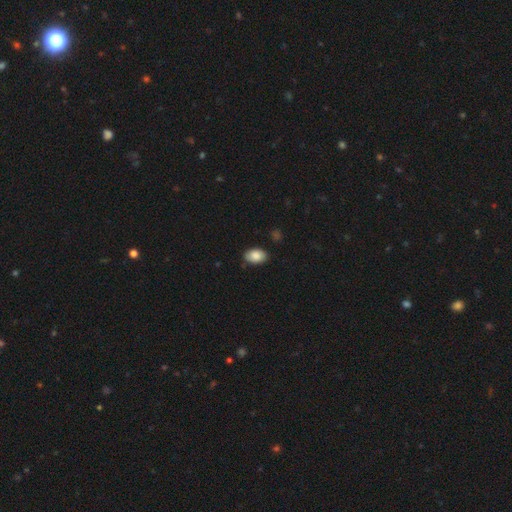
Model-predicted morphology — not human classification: type=smooth (88%); roundness=in between (89%); merging=none (84%).